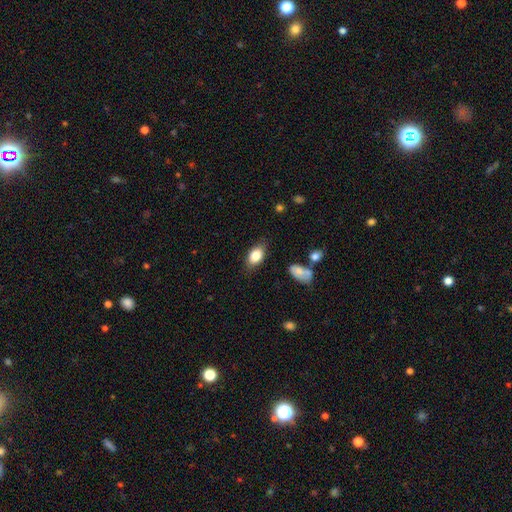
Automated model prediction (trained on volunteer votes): Smooth or featured: smooth — 83% (featured or disk — 10%)
How rounded: in between — 88% (round — 9%)
Merging: none — 78% (minor disturbance — 16%)